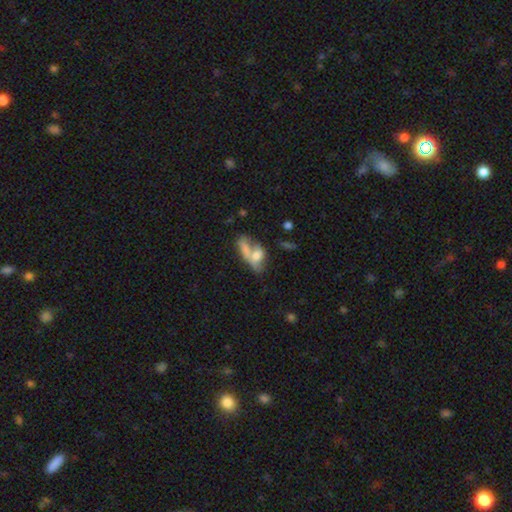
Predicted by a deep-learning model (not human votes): Morphology: type=smooth (62%); roundness=in between (71%); merging=merger (56%).